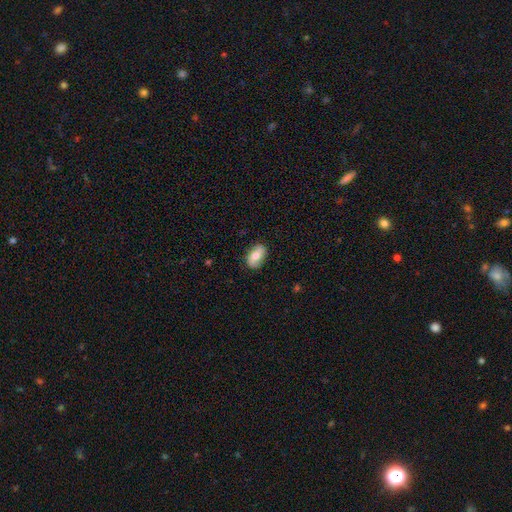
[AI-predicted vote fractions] The model was most divided on "smooth or featured": smooth: 50%, featured or disk: 43%, star or artifact: 7%. More confident: merging — none (82%).